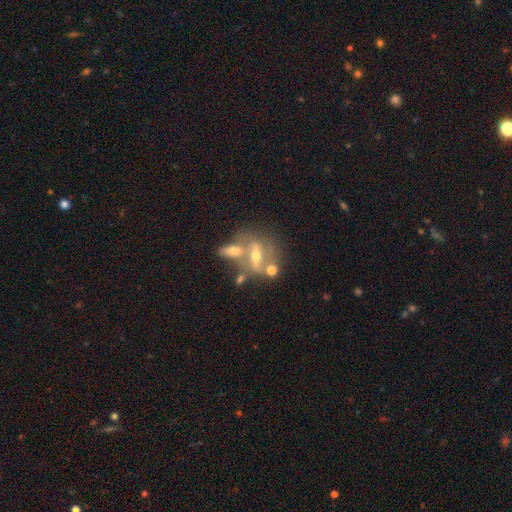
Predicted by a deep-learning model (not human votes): Overall: featured or disk (63%; smooth 25%). Edge-on disk: no (75%). Merging: merger (42%; none 39%).